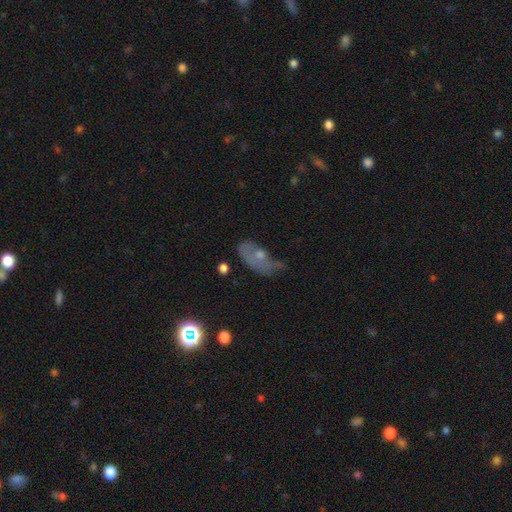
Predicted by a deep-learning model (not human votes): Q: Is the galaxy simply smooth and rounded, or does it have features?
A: smooth — 49%.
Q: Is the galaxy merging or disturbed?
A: minor disturbance — 33%.